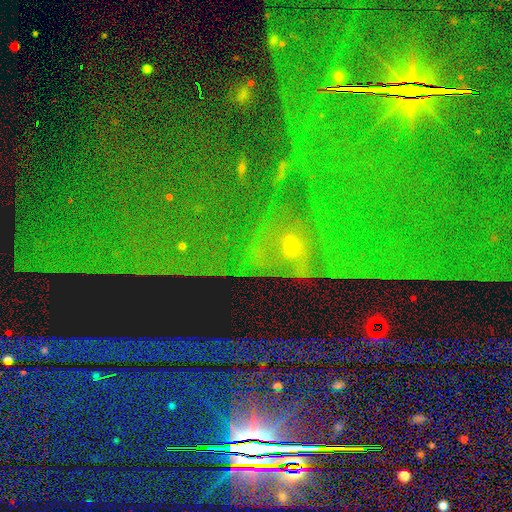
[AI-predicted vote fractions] The model was most divided on "smooth or featured": star or artifact: 76%, featured or disk: 13%, smooth: 11%.